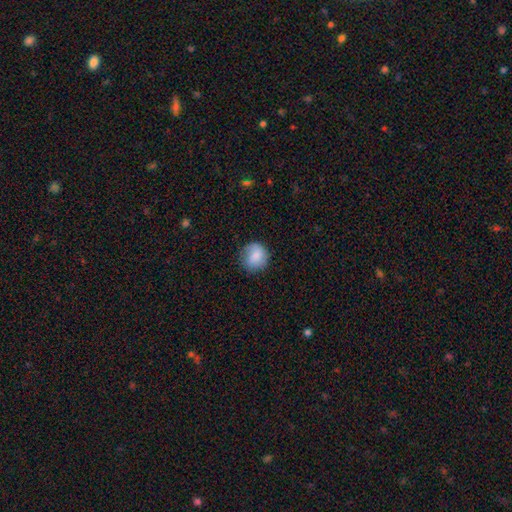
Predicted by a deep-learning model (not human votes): smooth_or_featured: smooth (p=0.83) [alt: featured or disk p=0.10]
how_rounded: round (p=0.86) [alt: in between p=0.13]
merging: none (p=0.74) [alt: minor disturbance p=0.19]